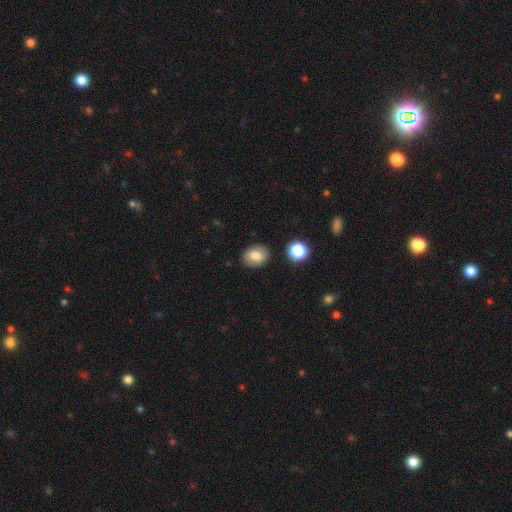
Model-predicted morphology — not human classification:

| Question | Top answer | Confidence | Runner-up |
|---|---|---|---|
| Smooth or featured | smooth | 80% | featured or disk (11%) |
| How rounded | in between | 61% | round (38%) |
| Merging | none | 87% | minor disturbance (9%) |